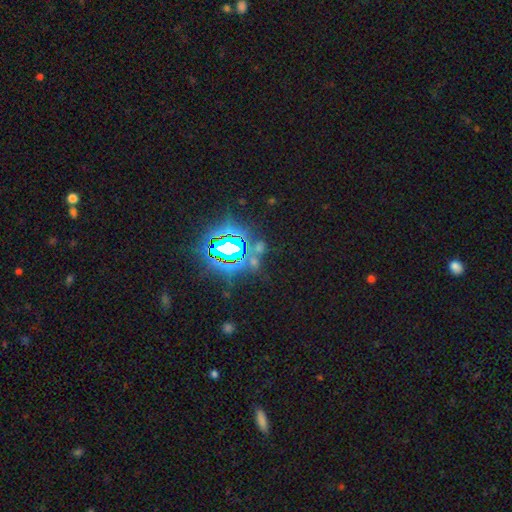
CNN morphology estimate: Q: Smooth or featured?
A: star or artifact (75%); runner-up: smooth (16%)